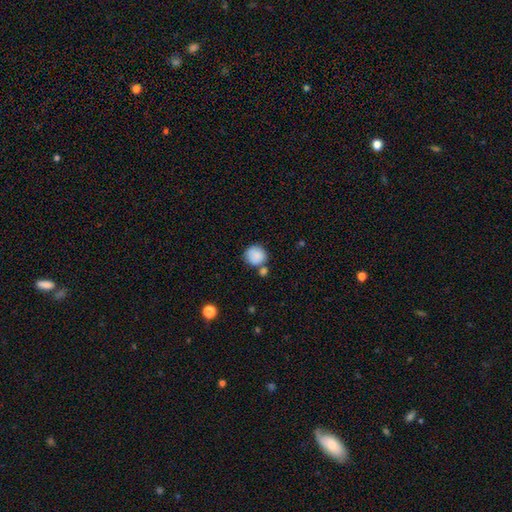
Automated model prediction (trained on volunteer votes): smooth 87%, star or artifact 8%, featured or disk 6%. Down the decision tree: how rounded — round (87%); merging — none (60%).